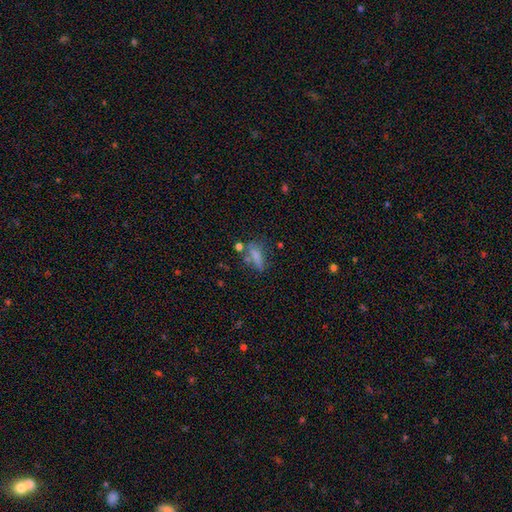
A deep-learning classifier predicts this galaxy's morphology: Q: Smooth or featured?
A: smooth (65%); runner-up: featured or disk (22%)
Q: How rounded?
A: in between (59%); runner-up: cigar-shaped (35%)
Q: Merging?
A: none (46%); runner-up: minor disturbance (22%)